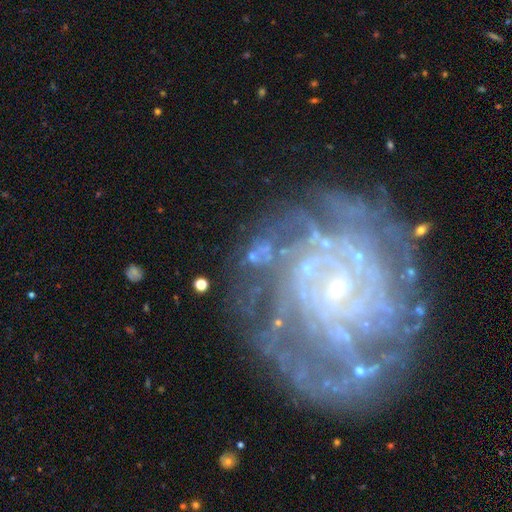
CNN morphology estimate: featured or disk 56%, star or artifact 25%, smooth 19%. Down the decision tree: edge-on disk — no (96%); bar — no (65%); spiral arms — yes (62%); bulge size — small (37%); merging — none (48%).